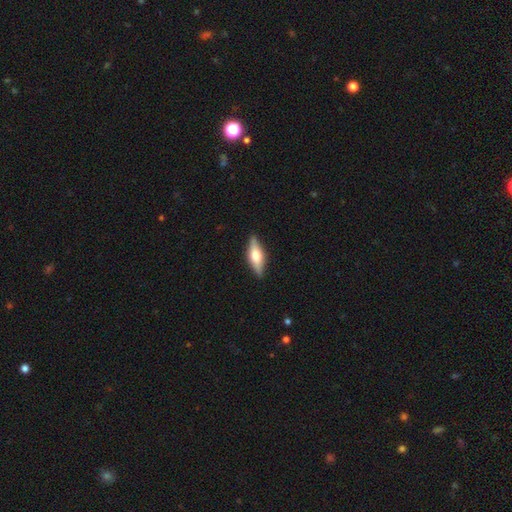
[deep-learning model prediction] A featured or disk galaxy (54%) viewed edge-on (93%). Merging: none (88%).